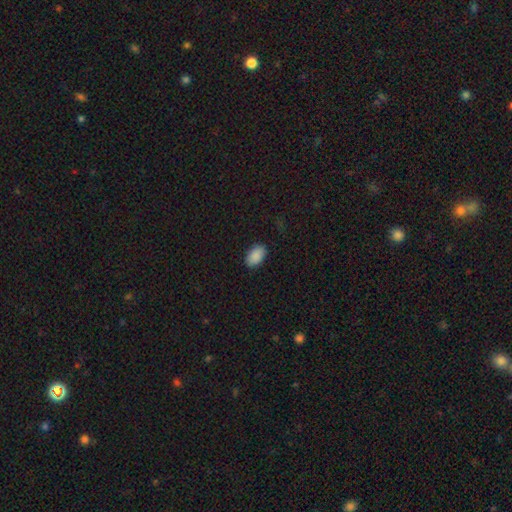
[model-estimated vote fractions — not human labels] Smooth or featured: smooth — 90% (star or artifact — 7%)
How rounded: in between — 92% (round — 7%)
Merging: none — 88% (minor disturbance — 9%)